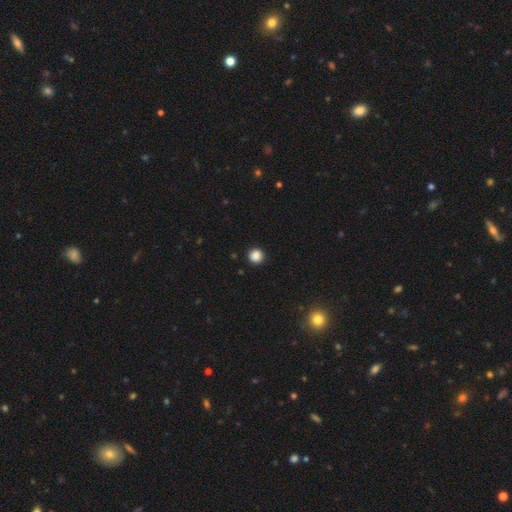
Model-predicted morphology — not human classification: type=smooth (86%); roundness=round (93%); merging=none (92%).